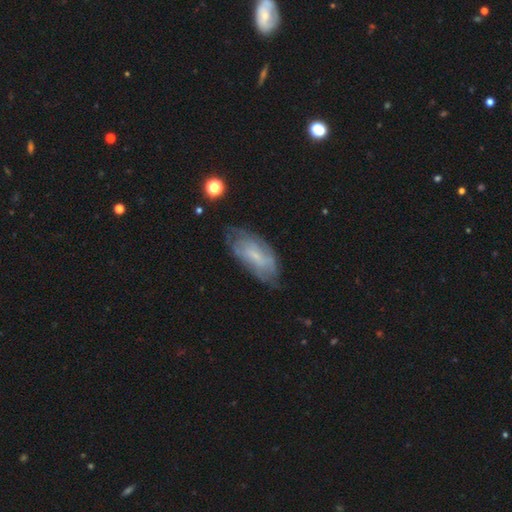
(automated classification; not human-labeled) Overall: featured or disk (55%; smooth 37%). Edge-on disk: no (90%). Bar: no (51%; weak 40%). Spiral arms: yes (69%; no 31%). Bulge size: small (60%; none 20%). Merging: none (62%; minor disturbance 26%).